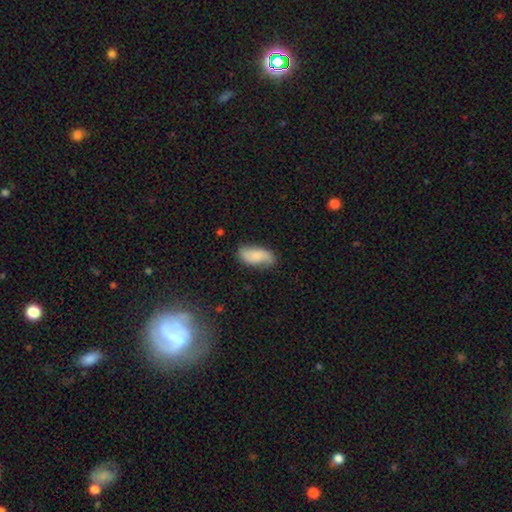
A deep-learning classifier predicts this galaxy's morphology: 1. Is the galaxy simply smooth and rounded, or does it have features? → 74% smooth, 19% featured or disk, 7% star or artifact.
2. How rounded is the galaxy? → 89% in between, 8% cigar-shaped, 3% round.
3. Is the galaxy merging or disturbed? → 73% none, 21% minor disturbance, 5% major disturbance, 2% merger.